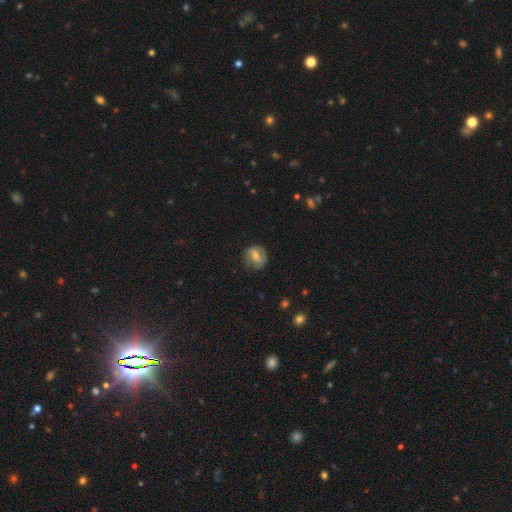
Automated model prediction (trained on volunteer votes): Overall: smooth (55%; featured or disk 36%). How rounded: round (61%; in between 36%). Merging: none (70%).